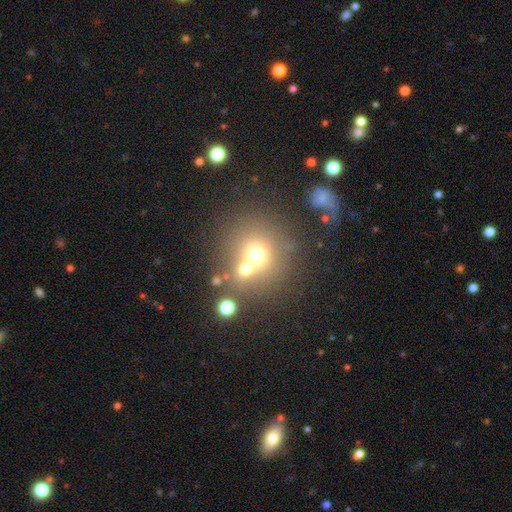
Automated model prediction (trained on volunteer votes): A smooth galaxy with no disk features (62%) that is round (84%). Merging: none (47%).